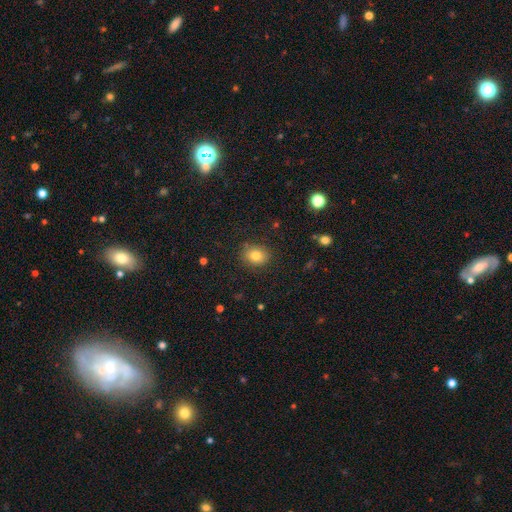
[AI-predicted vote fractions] smooth 79%, star or artifact 12%, featured or disk 9%. Down the decision tree: how rounded — round (61%); merging — none (86%).